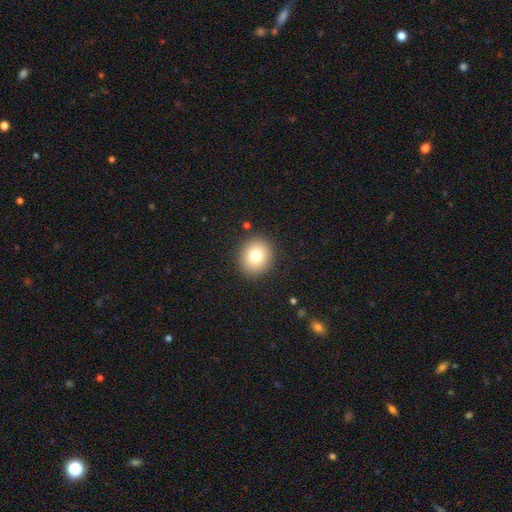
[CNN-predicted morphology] Q: Smooth or featured?
A: smooth (76%); runner-up: featured or disk (12%)
Q: How rounded?
A: round (85%); runner-up: in between (14%)
Q: Merging?
A: none (90%); runner-up: minor disturbance (6%)